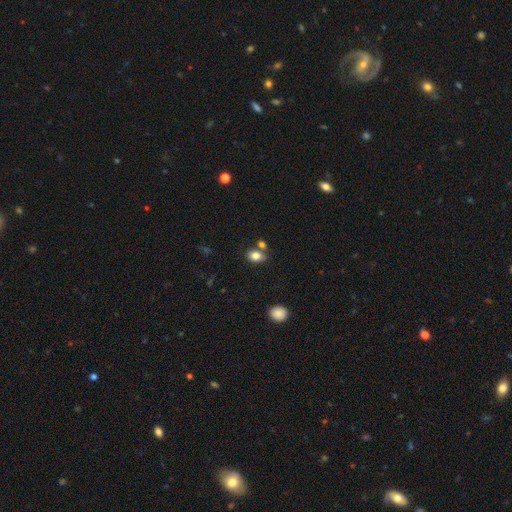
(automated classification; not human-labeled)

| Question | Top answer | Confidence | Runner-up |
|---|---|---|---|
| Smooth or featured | smooth | 82% | star or artifact (10%) |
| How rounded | in between | 71% | round (28%) |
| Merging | none | 63% | merger (20%) |